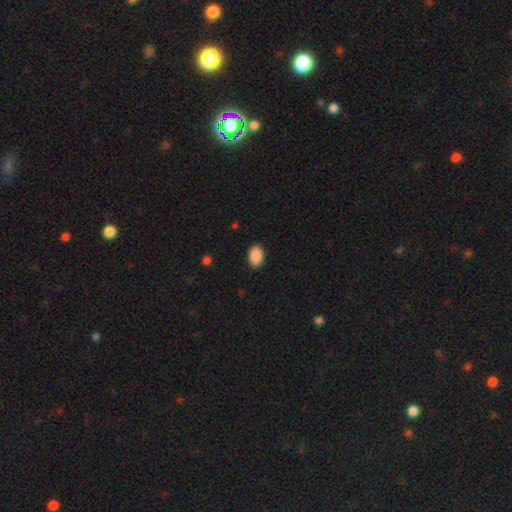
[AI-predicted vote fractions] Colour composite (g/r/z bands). It shows a smooth galaxy with no disk features (91%) that is in between round and cigar-shaped (91%). Merging: none (89%).